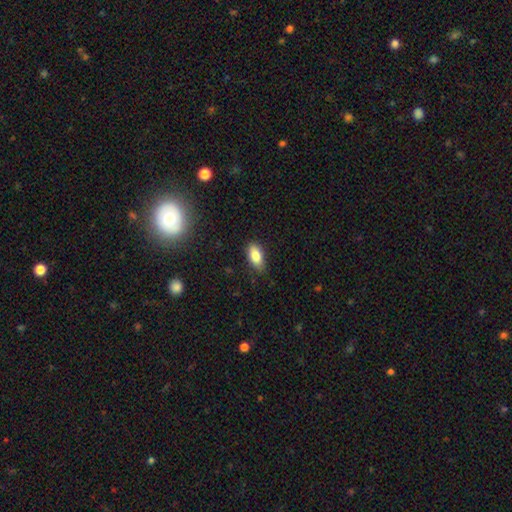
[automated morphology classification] A smooth galaxy with no disk features (82%) that is in between round and cigar-shaped (89%).

Vote fractions:
- Smooth or featured? smooth: 82% / featured or disk: 10% / star or artifact: 8%
- How rounded? in between: 89% / cigar-shaped: 7% / round: 4%
- Merging? none: 79% / minor disturbance: 16% / major disturbance: 3% / merger: 1%